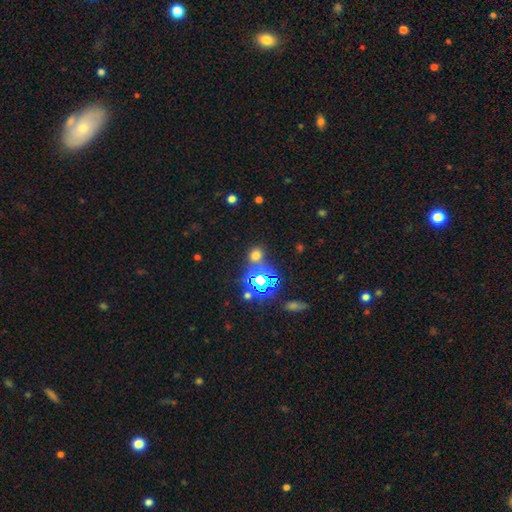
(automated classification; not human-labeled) Smooth or featured: smooth — 58% (star or artifact — 36%)
How rounded: round — 77% (in between — 22%)
Merging: none — 75% (merger — 12%)